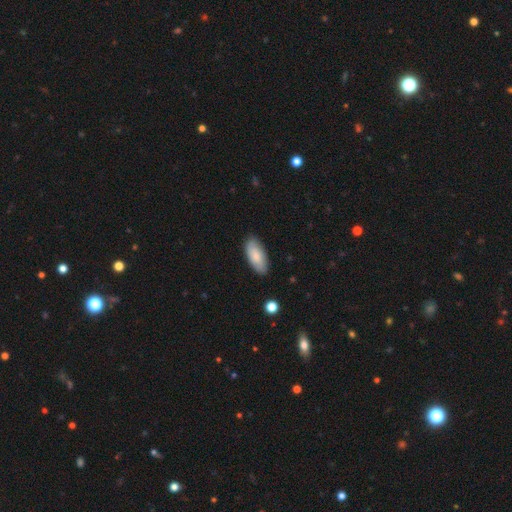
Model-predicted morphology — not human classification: Smooth or featured?
  - smooth: 79% *
  - featured or disk: 15%
  - star or artifact: 6%
How rounded?
  - in between: 88% *
  - cigar-shaped: 11%
  - round: 2%
Merging?
  - none: 84% *
  - minor disturbance: 12%
  - major disturbance: 2%
  - merger: 1%